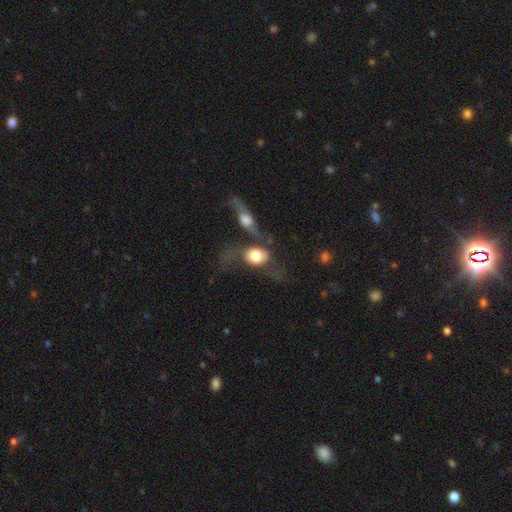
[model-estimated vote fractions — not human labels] This is possibly a smooth galaxy (56%). How rounded: possibly in between (58%). Merging: marginally merger (41%).